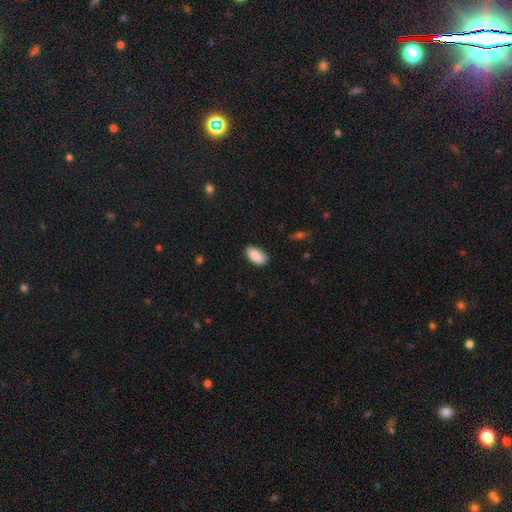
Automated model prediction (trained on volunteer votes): smooth_or_featured: smooth (p=0.89) [alt: star or artifact p=0.06]
how_rounded: in between (p=0.93) [alt: cigar-shaped p=0.04]
merging: none (p=0.82) [alt: minor disturbance p=0.14]